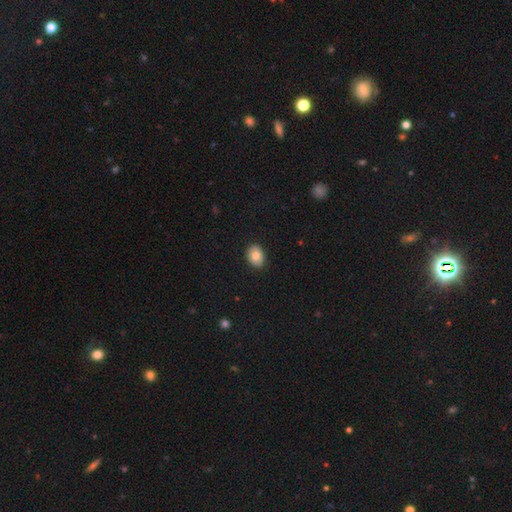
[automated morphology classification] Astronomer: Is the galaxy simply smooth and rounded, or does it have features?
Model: smooth — 78%.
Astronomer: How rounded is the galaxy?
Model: in between — 65%.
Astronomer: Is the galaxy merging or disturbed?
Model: none — 87%.